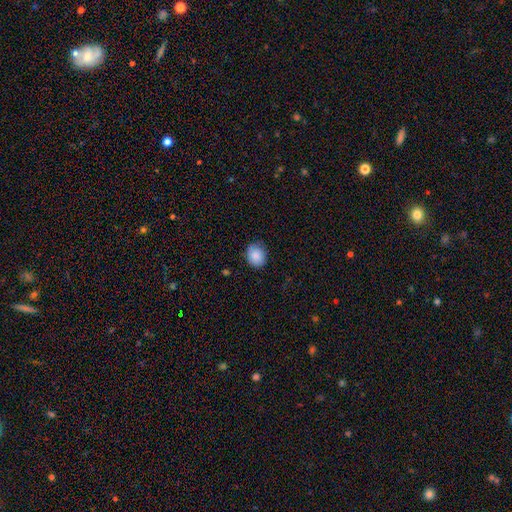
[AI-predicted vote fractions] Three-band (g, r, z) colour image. It shows a smooth galaxy with no disk features (86%) that is round (61%). Merging: none (79%).